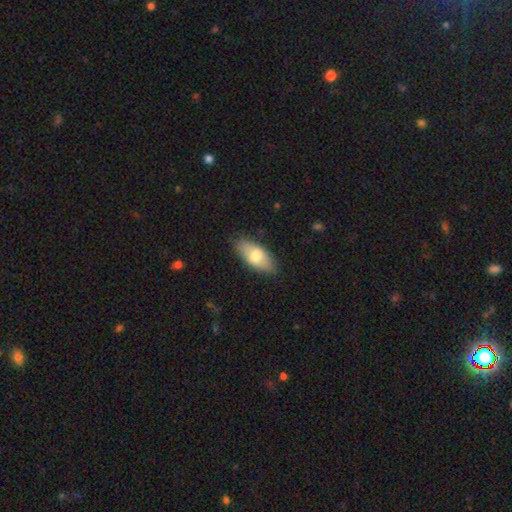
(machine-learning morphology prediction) type=smooth (71%); roundness=in between (88%); merging=none (83%).